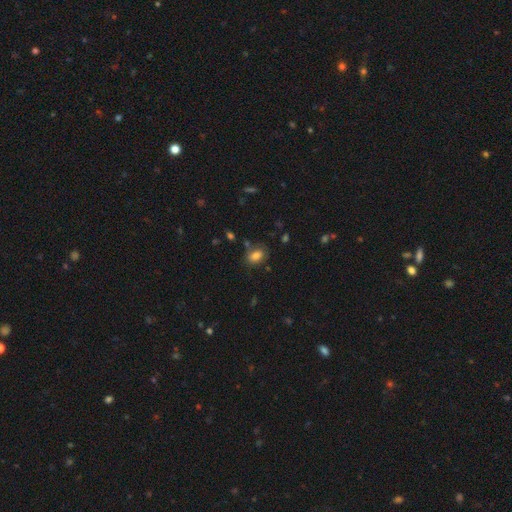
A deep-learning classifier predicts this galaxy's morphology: This appears to be a smooth galaxy with no disk features (81%) that is in between round and cigar-shaped (79%). Merging: none (71%).